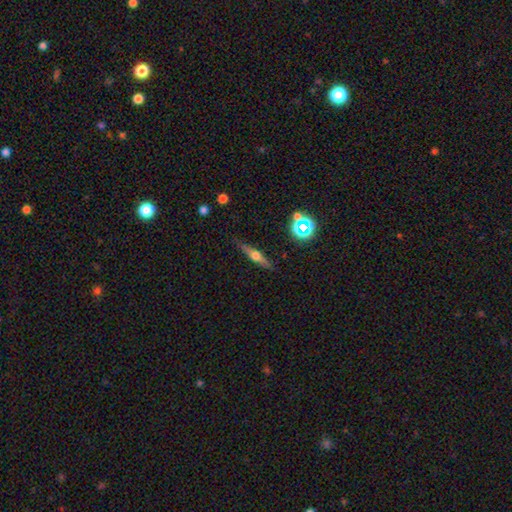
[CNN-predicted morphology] smooth_or_featured: featured or disk (p=0.62) [alt: smooth p=0.29]
disk_edge_on: yes (p=0.95) [alt: no p=0.05]
edge_on_bulge: rounded (p=0.93) [alt: boxy p=0.04]
merging: none (p=0.86) [alt: minor disturbance p=0.10]